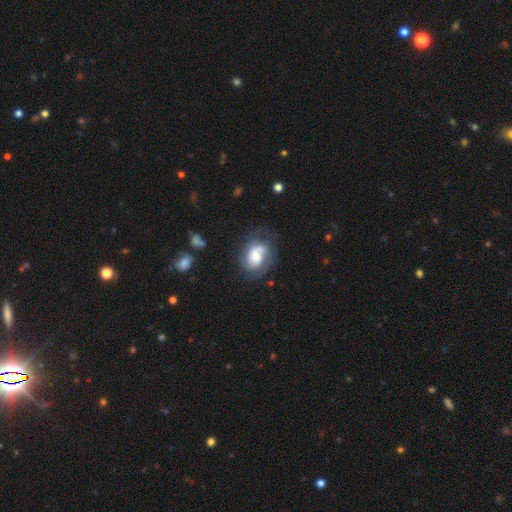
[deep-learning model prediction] Smooth or featured?
  - featured or disk: 69% *
  - smooth: 23%
  - star or artifact: 7%
Edge-on disk?
  - no: 98% *
  - yes: 2%
Bar?
  - no: 57% *
  - weak: 35%
  - strong: 8%
Spiral arms?
  - yes: 89% *
  - no: 11%
Spiral winding?
  - medium: 41% *
  - tight: 39%
  - loose: 19%
Spiral arm count?
  - 2: 59% *
  - can't tell: 18%
  - 1: 12%
  - 3: 7%
  - 4: 2%
  - more than 4: 2%
Bulge size?
  - moderate: 49% *
  - small: 26%
  - large: 19%
  - none: 4%
  - dominant: 3%
Merging?
  - none: 61% *
  - minor disturbance: 22%
  - major disturbance: 14%
  - merger: 3%